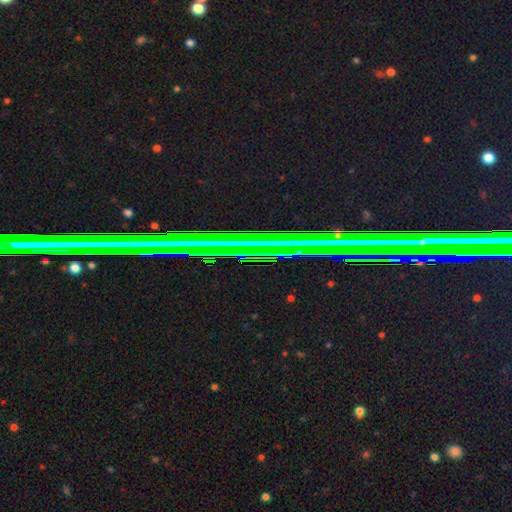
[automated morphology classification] A star or artifact, not a galaxy (76%).

Vote fractions:
- Smooth or featured? star or artifact: 76% / featured or disk: 16% / smooth: 8%